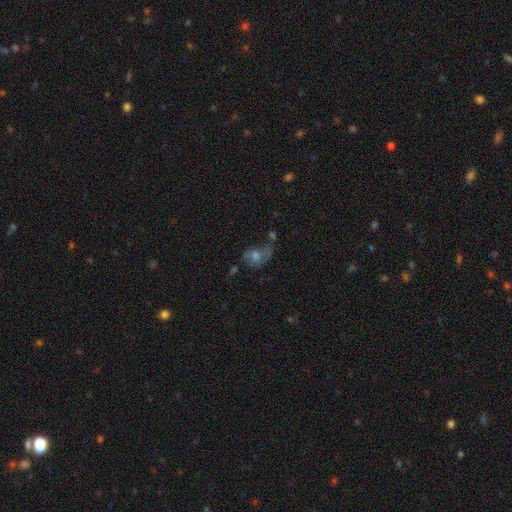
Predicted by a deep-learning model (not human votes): A featured or disk galaxy (45%). Merging: none (38%).